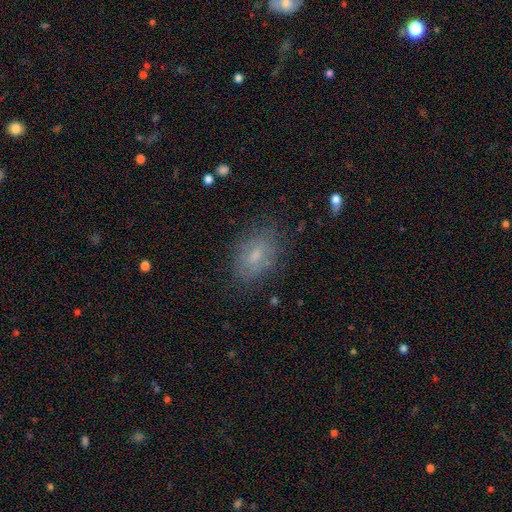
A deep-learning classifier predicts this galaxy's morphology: Q: Smooth or featured?
A: smooth (58%); runner-up: featured or disk (30%)
Q: How rounded?
A: in between (84%); runner-up: round (13%)
Q: Merging?
A: none (73%); runner-up: minor disturbance (18%)